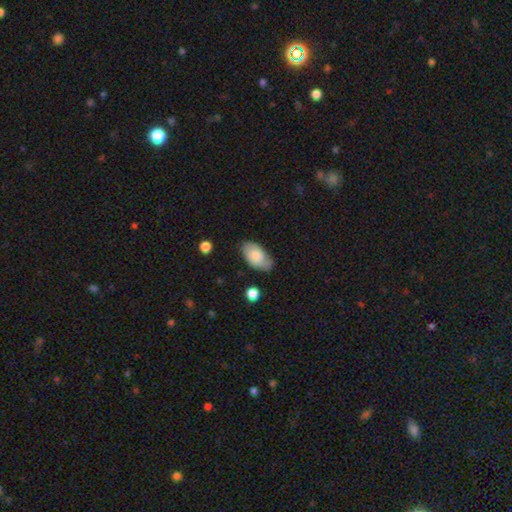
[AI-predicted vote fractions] Smooth or featured? Predicted: smooth (p=0.76). How rounded? Predicted: in between (p=0.94). Merging? Predicted: none (p=0.65).